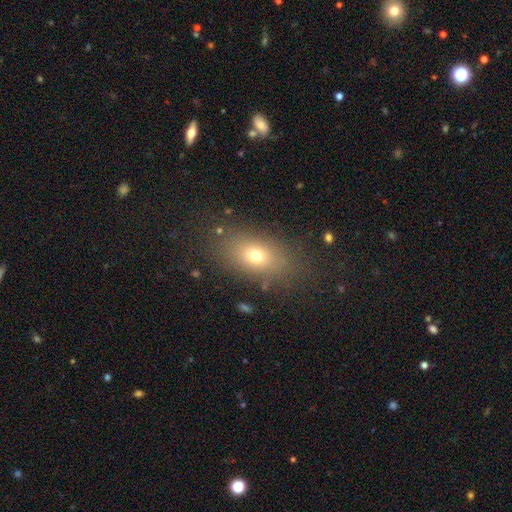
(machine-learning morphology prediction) A smooth galaxy with no disk features (71%) that is in between round and cigar-shaped (78%). Merging: none (80%).